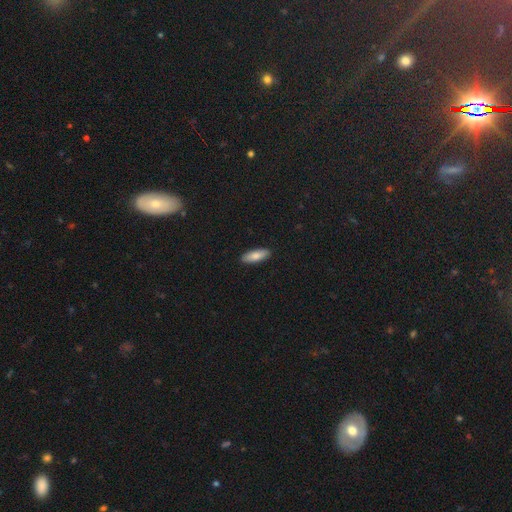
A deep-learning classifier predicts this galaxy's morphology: A smooth galaxy with no disk features (83%) that is in between round and cigar-shaped (66%). Merging: none (91%).